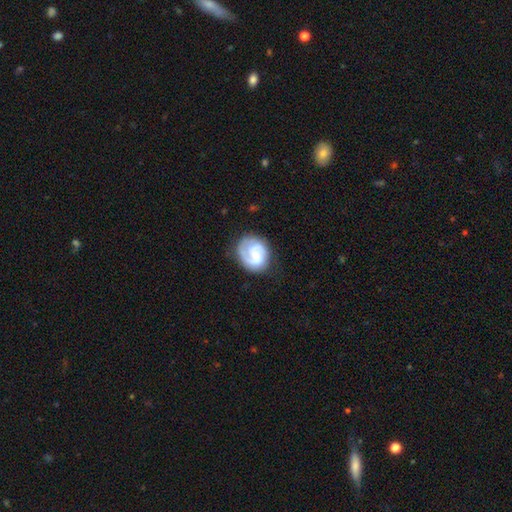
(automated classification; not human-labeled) Overall: featured or disk (76%). Edge-on disk: no (98%). Bar: no (49%; weak 42%). Spiral arms: yes (94%). Spiral arm count: 2 (61%; 1 23%). Spiral winding: medium (42%, tied with tight). Bulge size: small (51%; moderate 27%). Merging: none (70%).